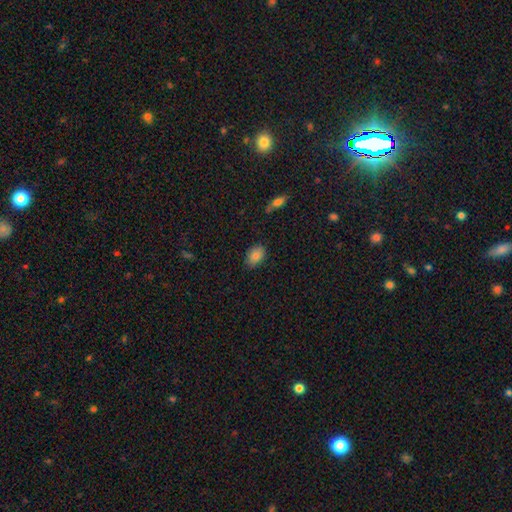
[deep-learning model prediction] This appears to be a smooth galaxy with no disk features (83%) that is in between round and cigar-shaped (81%). Merging: none (81%).